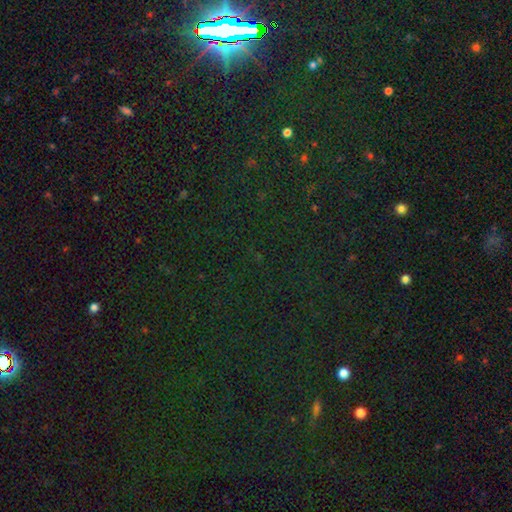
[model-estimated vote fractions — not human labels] Morphology: type=star or artifact (82%).